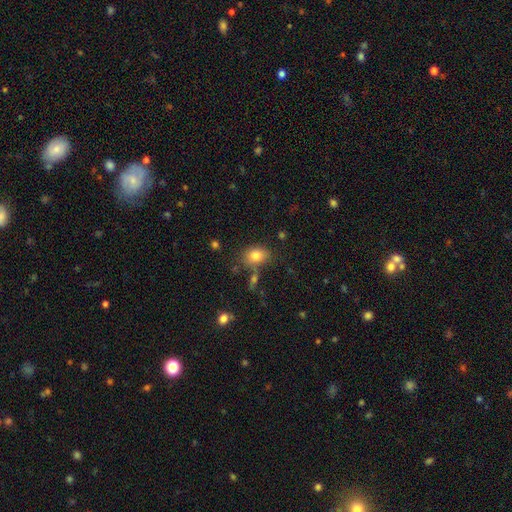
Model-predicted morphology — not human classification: Smooth or featured?
  - smooth: 80% *
  - star or artifact: 11%
  - featured or disk: 9%
How rounded?
  - in between: 64% *
  - round: 35%
  - cigar-shaped: 1%
Merging?
  - none: 69% *
  - minor disturbance: 16%
  - merger: 10%
  - major disturbance: 5%